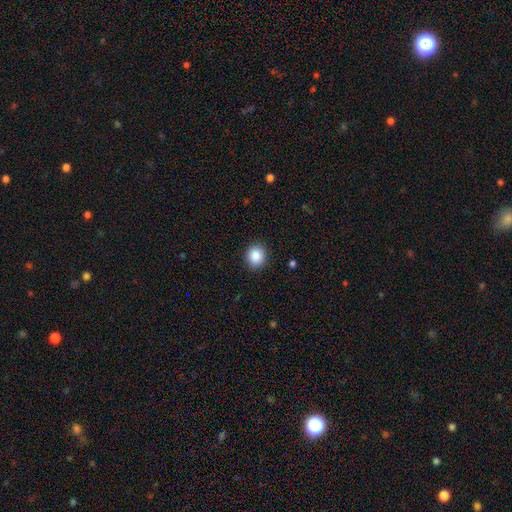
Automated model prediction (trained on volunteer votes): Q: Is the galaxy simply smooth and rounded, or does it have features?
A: smooth — 88%.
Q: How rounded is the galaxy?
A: round — 80%.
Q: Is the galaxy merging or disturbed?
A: none — 90%.